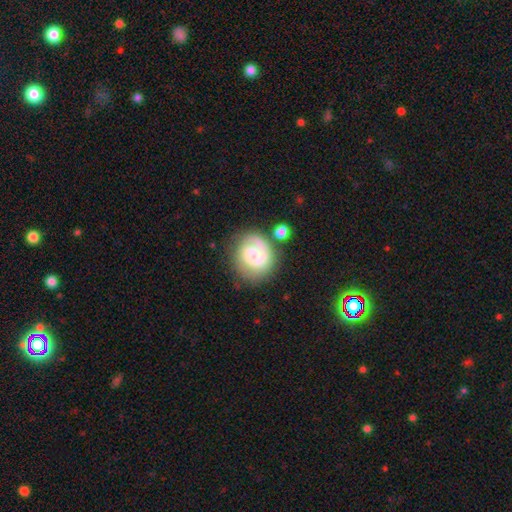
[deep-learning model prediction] Q: Smooth or featured?
A: featured or disk (66%); runner-up: smooth (27%)
Q: Edge-on disk?
A: no (98%); runner-up: yes (2%)
Q: Bar?
A: no (60%); runner-up: weak (33%)
Q: Spiral arms?
A: yes (90%); runner-up: no (10%)
Q: Spiral winding?
A: tight (48%); runner-up: medium (36%)
Q: Spiral arm count?
A: 1 (64%); runner-up: 2 (24%)
Q: Bulge size?
A: small (36%); runner-up: moderate (29%)
Q: Merging?
A: none (65%); runner-up: minor disturbance (17%)